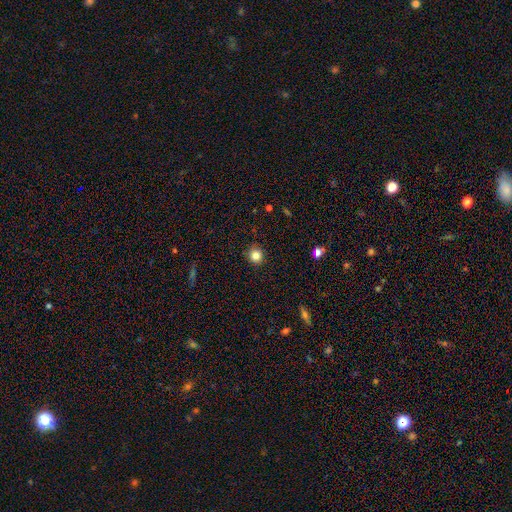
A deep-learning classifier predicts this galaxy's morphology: Smooth or featured? smooth (83%)
How rounded? round (91%)
Merging? none (89%)